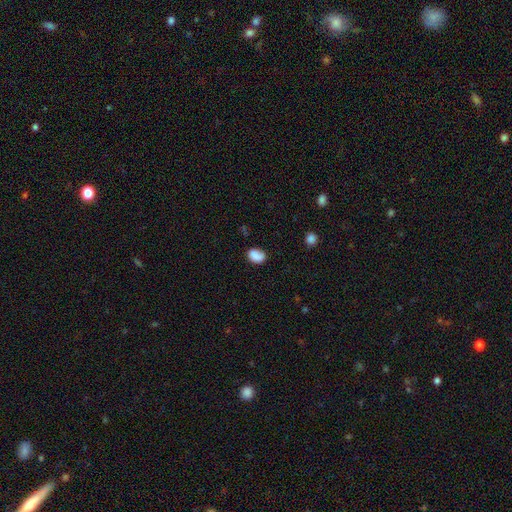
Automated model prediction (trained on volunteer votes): Smooth or featured: smooth — 84% (star or artifact — 9%)
How rounded: in between — 72% (round — 27%)
Merging: none — 66% (minor disturbance — 23%)